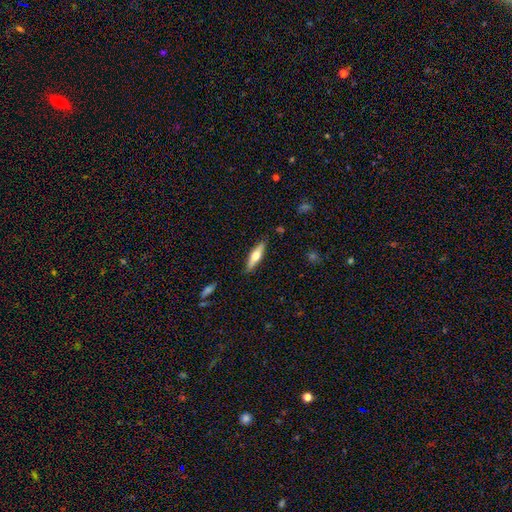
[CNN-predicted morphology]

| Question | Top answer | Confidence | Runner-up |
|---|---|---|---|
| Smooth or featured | smooth | 49% | featured or disk (46%) |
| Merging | none | 88% | minor disturbance (9%) |